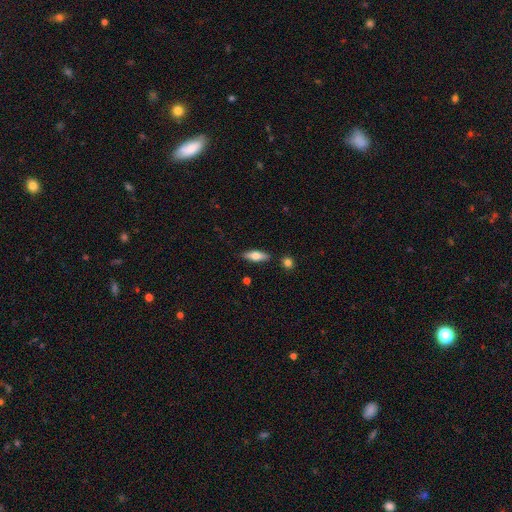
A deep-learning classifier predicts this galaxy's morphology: The model was most divided on "how rounded": in between: 58%, cigar-shaped: 39%, round: 3%. More confident: merging — none (85%); smooth or featured — smooth (63%).